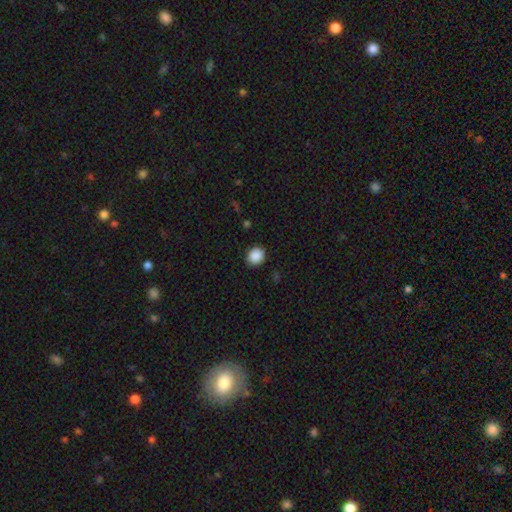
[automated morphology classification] A smooth galaxy with no disk features (89%) that is round (72%). Merging: none (89%).